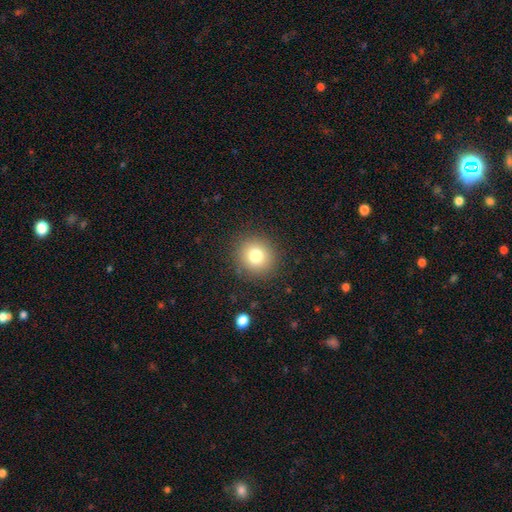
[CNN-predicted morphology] Smooth or featured? Predicted: smooth (p=0.78). How rounded? Predicted: round (p=0.90). Merging? Predicted: none (p=0.89).